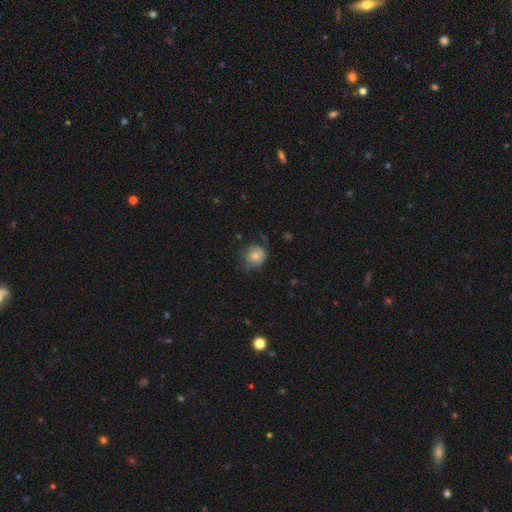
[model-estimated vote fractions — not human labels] The model was most divided on "merging": none: 56%, minor disturbance: 31%, major disturbance: 12%, merger: 2%. More confident: how rounded — round (77%); smooth or featured — smooth (68%).